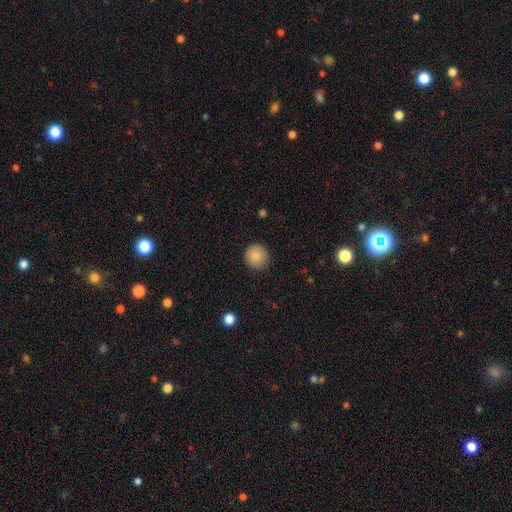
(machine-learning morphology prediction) A smooth galaxy with no disk features (87%) that is round (94%). Merging: none (90%).